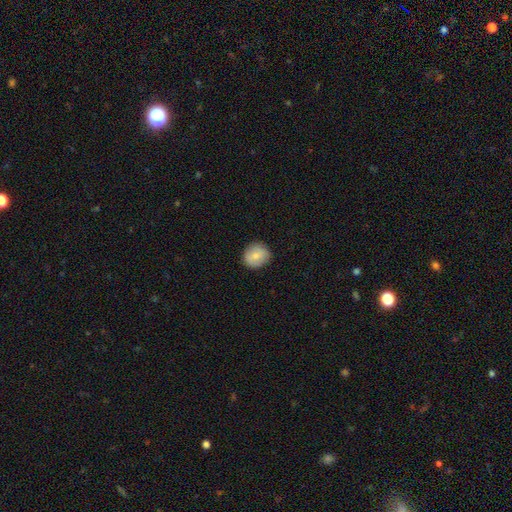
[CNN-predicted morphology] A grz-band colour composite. It shows a smooth galaxy with no disk features (76%) that is round (83%). Merging: none (87%).